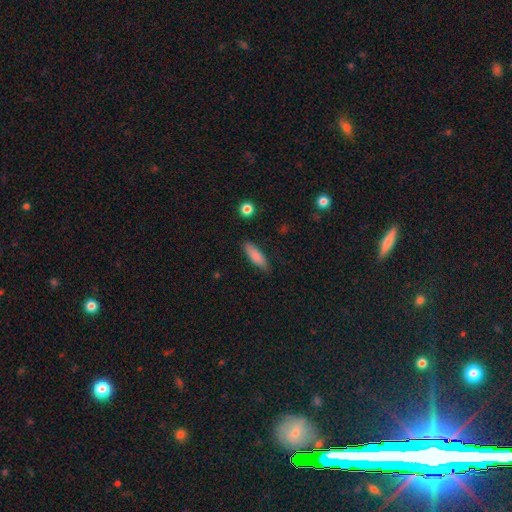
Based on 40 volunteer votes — Q: Smooth or featured?
A: smooth (72%); runner-up: featured or disk (20%)
Q: How rounded?
A: cigar-shaped (66%); runner-up: in between (34%)
Q: Merging?
A: none (84%); runner-up: minor disturbance (8%)